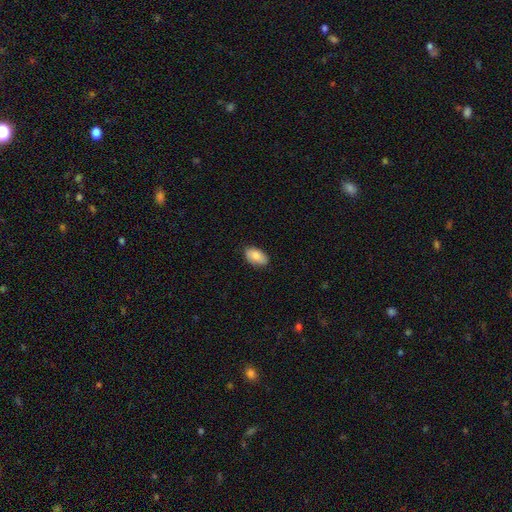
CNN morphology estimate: This is clearly a smooth galaxy (86%). How rounded: clearly in between (94%). Merging: clearly none (83%).